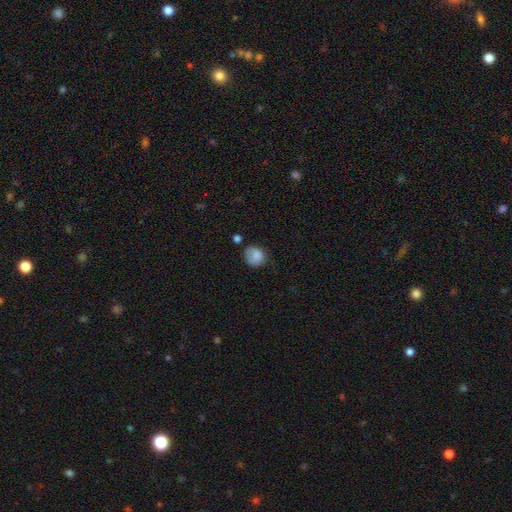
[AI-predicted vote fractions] Smooth or featured? smooth (82%)
How rounded? round (66%)
Merging? none (57%)